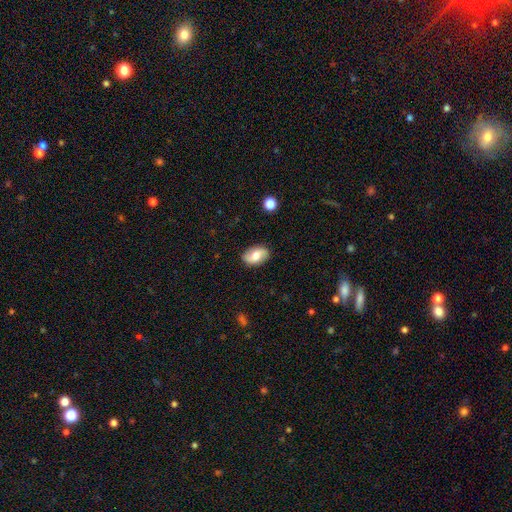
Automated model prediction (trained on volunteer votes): Smooth or featured? smooth (58%)
How rounded? in between (90%)
Merging? none (84%)